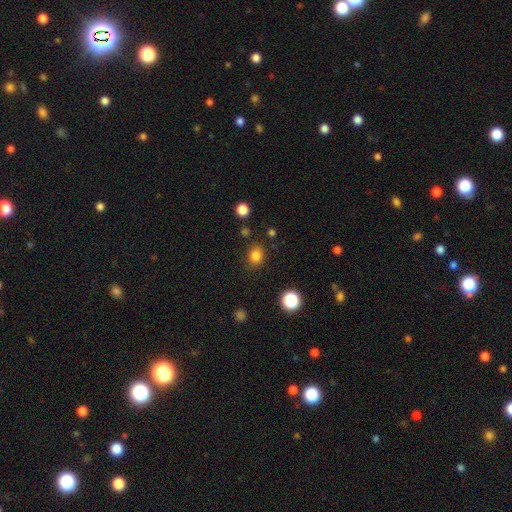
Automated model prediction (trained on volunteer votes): Smooth or featured? Predicted: smooth (p=0.82). How rounded? Predicted: round (p=0.62). Merging? Predicted: none (p=0.83).